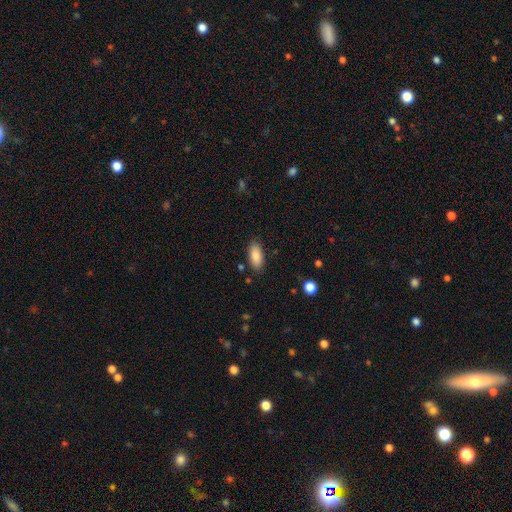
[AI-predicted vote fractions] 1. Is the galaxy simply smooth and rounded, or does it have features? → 87% smooth, 7% star or artifact, 6% featured or disk.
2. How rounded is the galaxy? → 88% in between, 10% cigar-shaped, 2% round.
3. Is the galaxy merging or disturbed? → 84% none, 12% minor disturbance, 3% major disturbance, 2% merger.